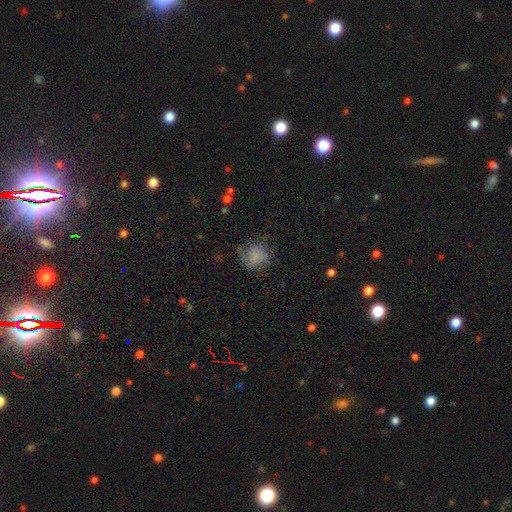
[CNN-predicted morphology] Smooth or featured: smooth — 72% (featured or disk — 19%)
How rounded: round — 82% (in between — 17%)
Merging: none — 65% (minor disturbance — 22%)